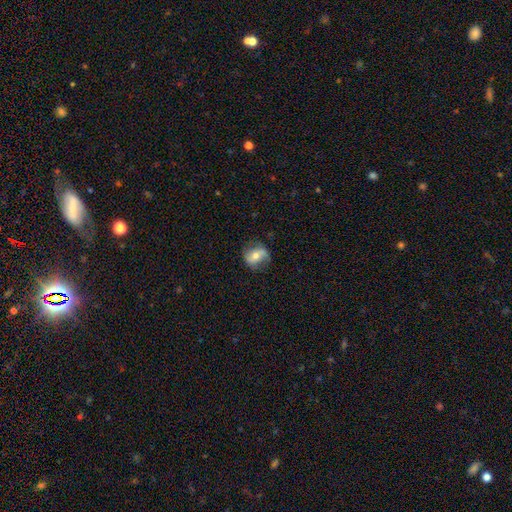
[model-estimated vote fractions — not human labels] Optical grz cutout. It shows a featured or disk galaxy (52%). Merging: none (73%).